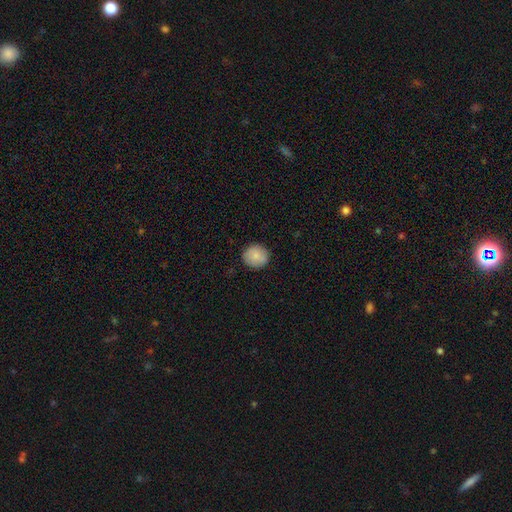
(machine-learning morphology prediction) smooth_or_featured: smooth (p=0.84) [alt: featured or disk p=0.08]
how_rounded: round (p=0.91) [alt: in between p=0.08]
merging: none (p=0.90) [alt: minor disturbance p=0.07]